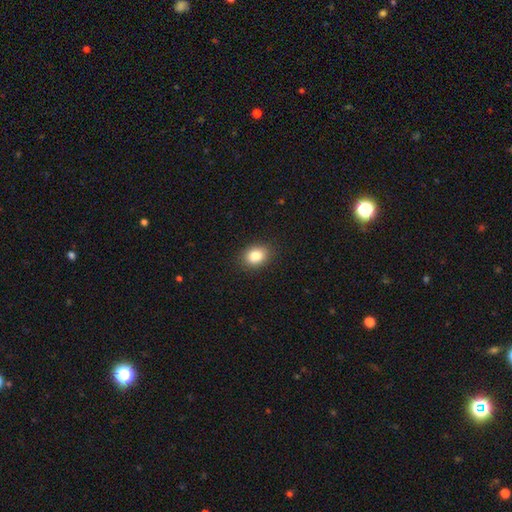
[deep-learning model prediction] Q: Smooth or featured?
A: smooth (84%); runner-up: star or artifact (9%)
Q: How rounded?
A: in between (62%); runner-up: round (37%)
Q: Merging?
A: none (88%); runner-up: minor disturbance (9%)